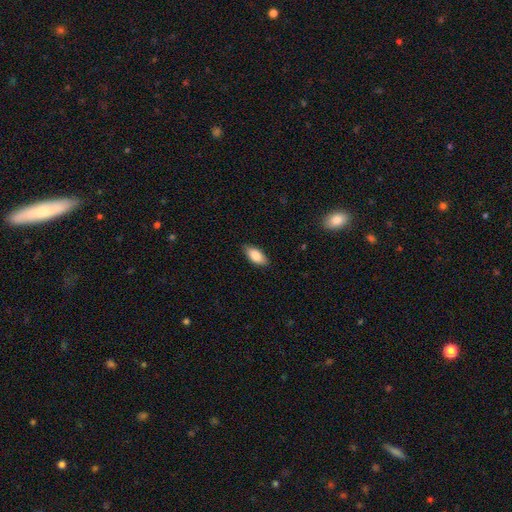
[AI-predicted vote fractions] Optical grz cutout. It shows a smooth galaxy with no disk features (85%) that is in between round and cigar-shaped (87%). Merging: none (86%).